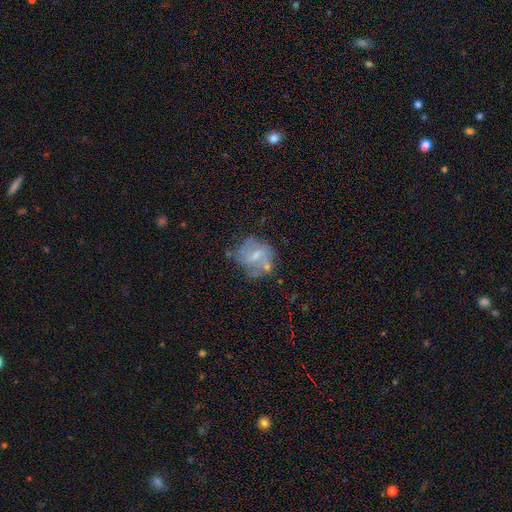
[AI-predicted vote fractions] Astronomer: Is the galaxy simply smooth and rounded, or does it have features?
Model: featured or disk — 52% (runner-up: smooth, 39%).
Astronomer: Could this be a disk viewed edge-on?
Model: no — 97%.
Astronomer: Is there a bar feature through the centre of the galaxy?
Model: weak — 46% (runner-up: no, 43%).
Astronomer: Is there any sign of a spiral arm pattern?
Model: no — 56% (runner-up: yes, 44%).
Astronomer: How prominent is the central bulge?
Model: small — 51% (runner-up: moderate, 36%).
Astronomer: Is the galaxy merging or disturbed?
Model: none — 45% (runner-up: minor disturbance, 27%).